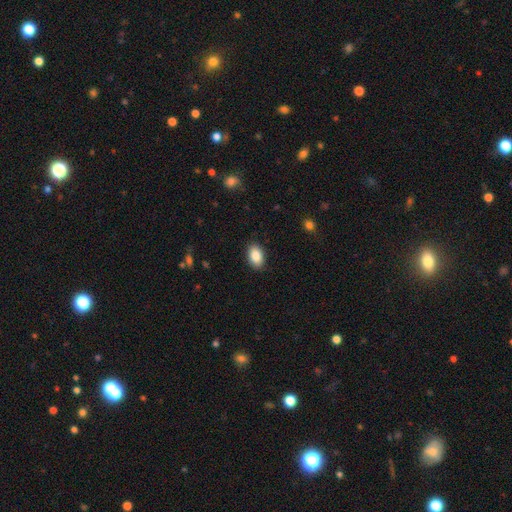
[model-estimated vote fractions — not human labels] Morphology: type=smooth (88%); roundness=in between (91%); merging=none (89%).